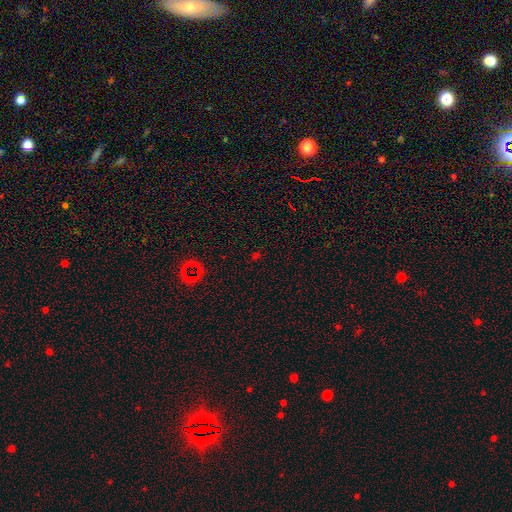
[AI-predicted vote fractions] Smooth or featured? Predicted: star or artifact (p=0.63).